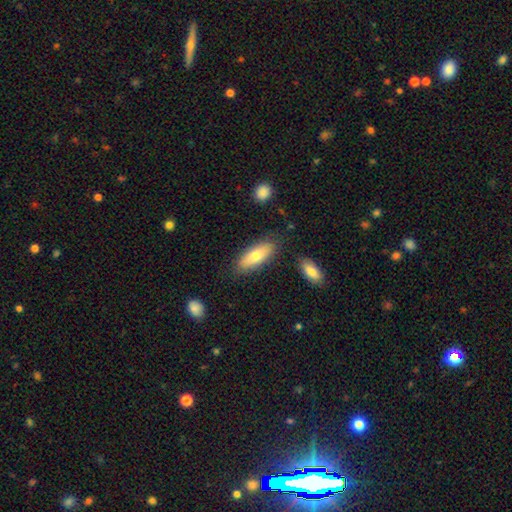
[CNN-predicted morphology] This is likely a smooth galaxy (71%). How rounded: likely in between (66%). Merging: clearly none (81%).